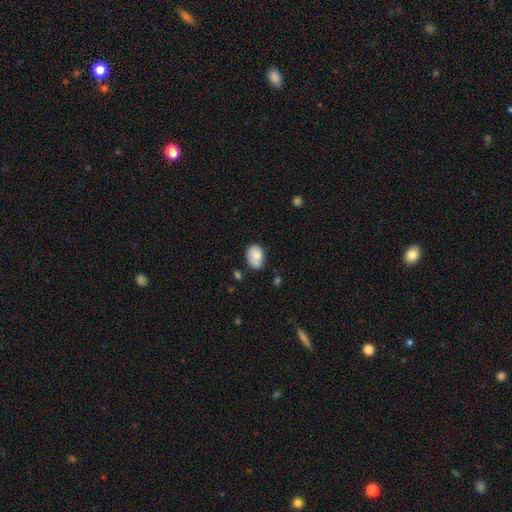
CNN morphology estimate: A smooth galaxy with no disk features (80%) that is in between round and cigar-shaped (73%). Merging: none (56%).